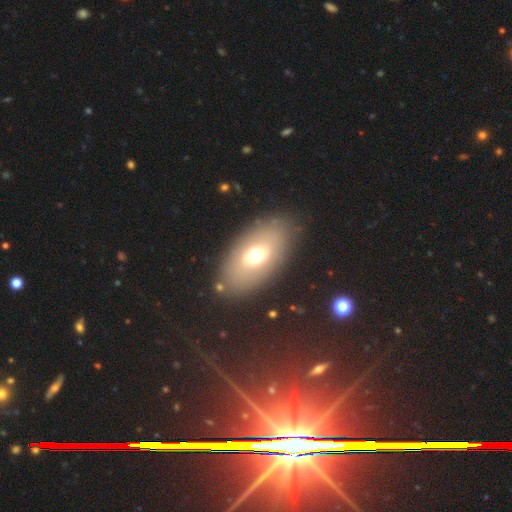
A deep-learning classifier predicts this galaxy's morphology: Smooth or featured? smooth (62%)
How rounded? in between (87%)
Merging? none (83%)